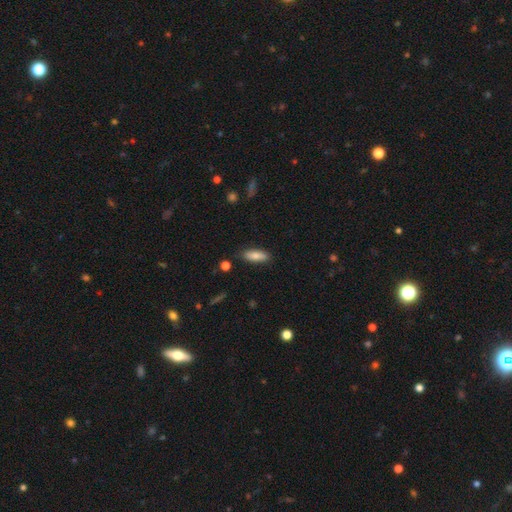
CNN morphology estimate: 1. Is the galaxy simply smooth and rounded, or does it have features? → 81% smooth, 13% featured or disk, 7% star or artifact.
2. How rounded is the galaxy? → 67% in between, 31% cigar-shaped, 2% round.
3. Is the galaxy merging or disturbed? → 85% none, 11% minor disturbance, 2% major disturbance, 2% merger.